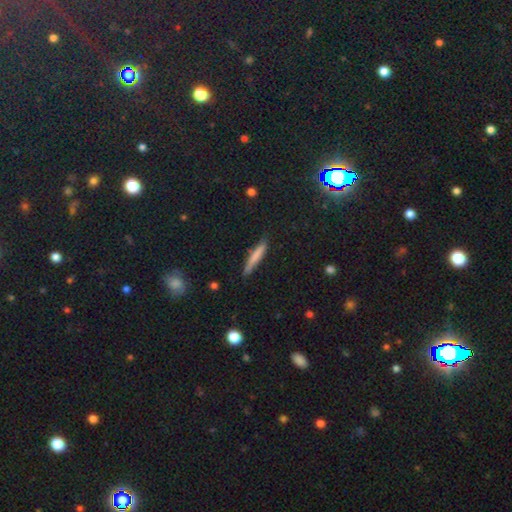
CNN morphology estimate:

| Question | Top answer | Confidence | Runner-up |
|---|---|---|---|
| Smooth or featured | smooth | 73% | featured or disk (19%) |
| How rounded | cigar-shaped | 92% | in between (6%) |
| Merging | none | 82% | minor disturbance (13%) |